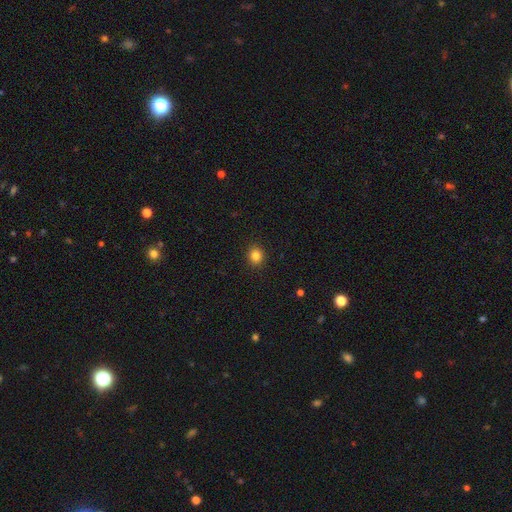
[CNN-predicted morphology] This is clearly a smooth galaxy (83%). How rounded: clearly round (82%). Merging: clearly none (91%).